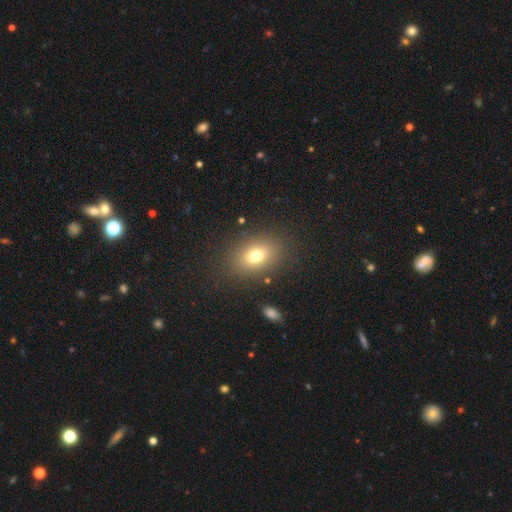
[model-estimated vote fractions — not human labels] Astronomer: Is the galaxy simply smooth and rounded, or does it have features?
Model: smooth — 74%.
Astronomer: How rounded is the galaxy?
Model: in between — 78%.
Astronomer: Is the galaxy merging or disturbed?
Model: none — 84%.